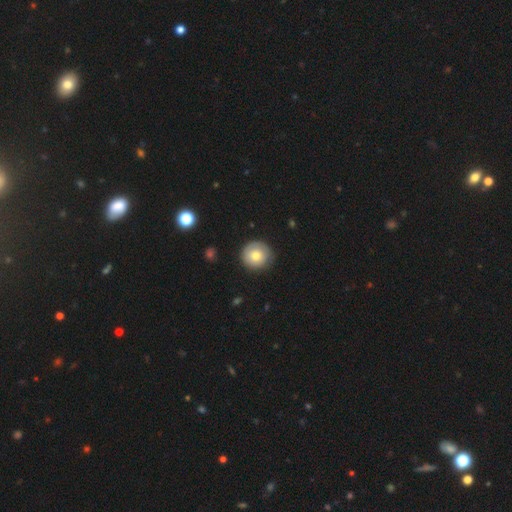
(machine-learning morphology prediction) Smooth or featured: smooth — 71% (featured or disk — 21%)
How rounded: round — 92% (in between — 7%)
Merging: none — 84% (minor disturbance — 12%)